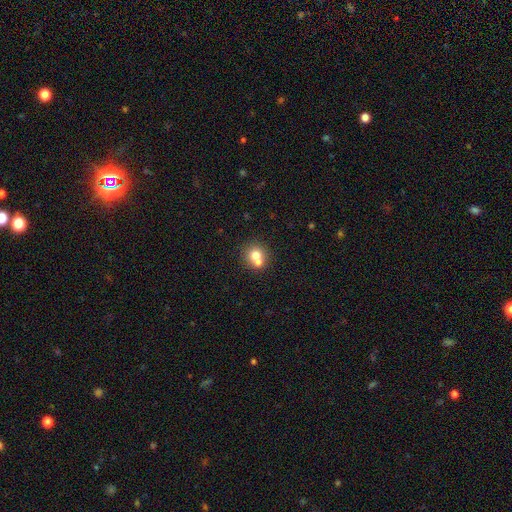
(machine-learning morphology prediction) smooth 70%, featured or disk 18%, star or artifact 12%. Down the decision tree: how rounded — round (84%); merging — merger (49%).